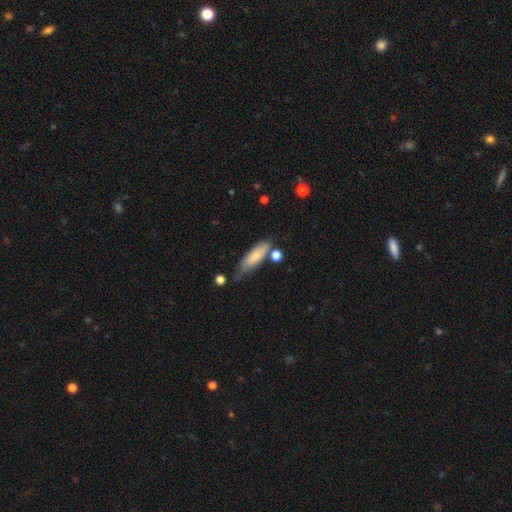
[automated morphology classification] A smooth galaxy with no disk features (77%) that is in between round and cigar-shaped (54%).

Vote fractions:
- Smooth or featured? smooth: 77% / featured or disk: 17% / star or artifact: 6%
- How rounded? in between: 54% / cigar-shaped: 44% / round: 2%
- Merging? none: 55% / minor disturbance: 26% / merger: 10% / major disturbance: 8%